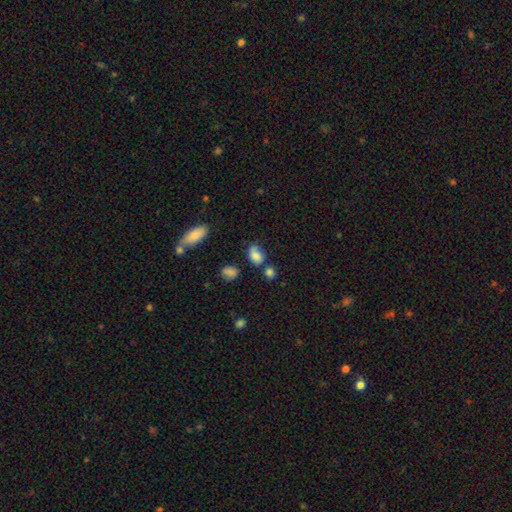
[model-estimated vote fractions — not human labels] A smooth galaxy with no disk features (79%) that is in between round and cigar-shaped (79%). Merging: none (49%).